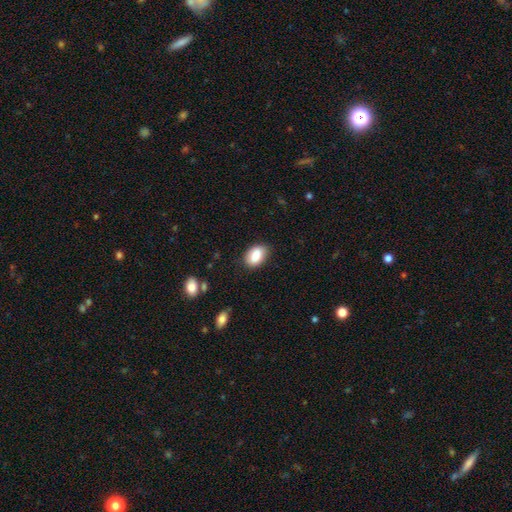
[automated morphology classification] Q: Smooth or featured?
A: smooth (86%); runner-up: star or artifact (8%)
Q: How rounded?
A: in between (85%); runner-up: round (13%)
Q: Merging?
A: none (81%); runner-up: minor disturbance (14%)